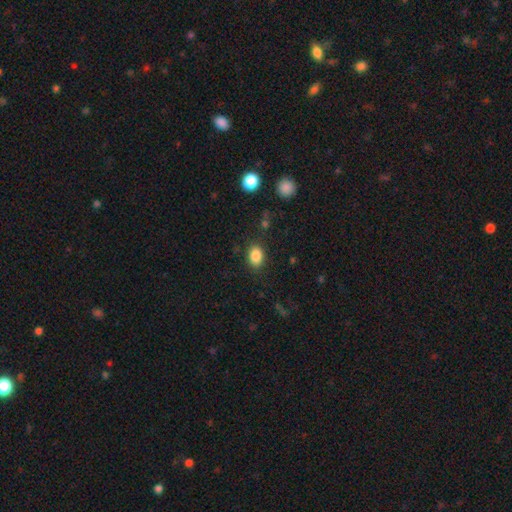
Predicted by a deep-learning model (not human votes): The model was most divided on "how rounded": in between: 78%, round: 20%, cigar-shaped: 1%. More confident: smooth or featured — smooth (86%); merging — none (84%).